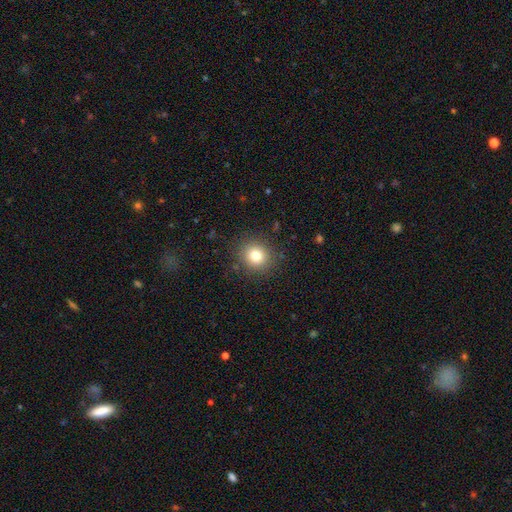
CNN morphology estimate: Smooth or featured?
  - smooth: 80% *
  - star or artifact: 12%
  - featured or disk: 8%
How rounded?
  - round: 89% *
  - in between: 10%
  - cigar-shaped: 1%
Merging?
  - none: 88% *
  - minor disturbance: 7%
  - major disturbance: 3%
  - merger: 1%